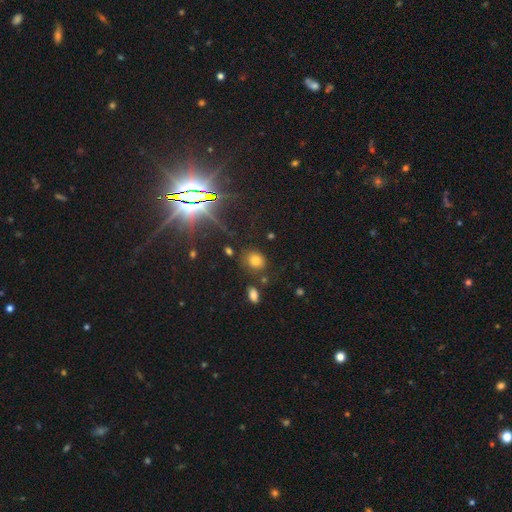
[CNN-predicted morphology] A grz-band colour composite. It shows a smooth galaxy with no disk features (52%) that is round (70%). Merging: none (82%).